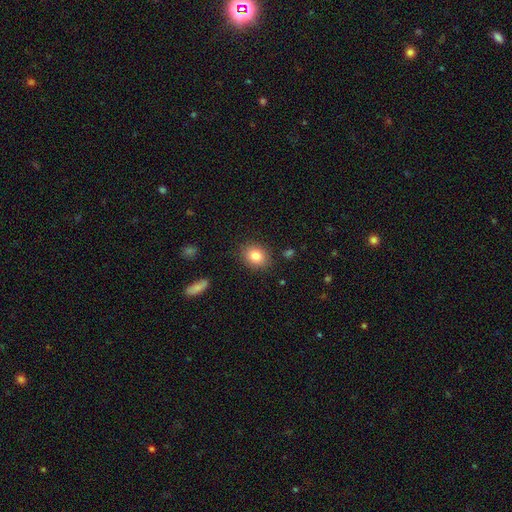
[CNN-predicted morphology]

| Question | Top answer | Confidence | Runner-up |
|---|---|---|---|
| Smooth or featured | smooth | 82% | star or artifact (10%) |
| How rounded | round | 55% | in between (44%) |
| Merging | none | 87% | minor disturbance (9%) |